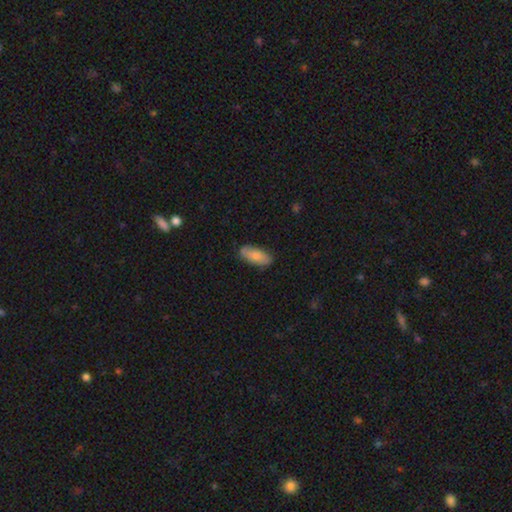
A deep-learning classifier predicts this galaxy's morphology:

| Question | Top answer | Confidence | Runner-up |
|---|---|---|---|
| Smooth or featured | smooth | 80% | featured or disk (14%) |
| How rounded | in between | 84% | cigar-shaped (14%) |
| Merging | none | 84% | minor disturbance (13%) |